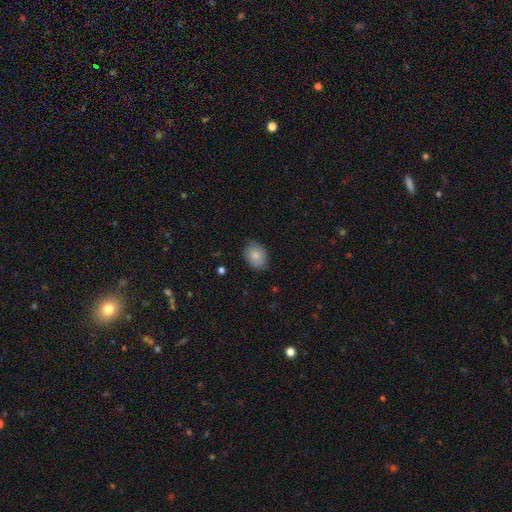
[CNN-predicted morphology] The model was most divided on "how rounded": in between: 65%, round: 34%, cigar-shaped: 1%. More confident: smooth or featured — smooth (84%); merging — none (79%).